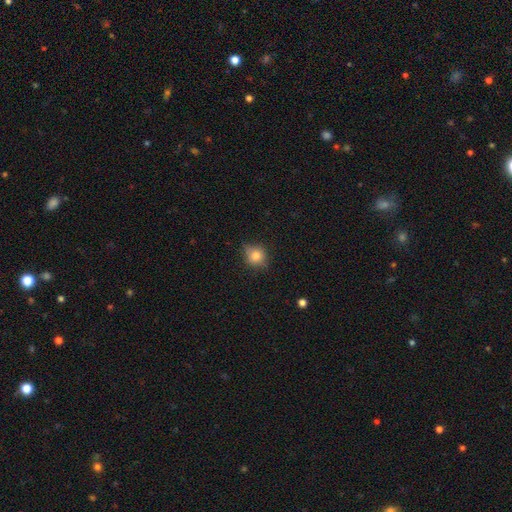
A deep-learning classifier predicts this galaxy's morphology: smooth_or_featured: smooth (p=0.79) [alt: star or artifact p=0.11]
how_rounded: round (p=0.80) [alt: in between p=0.19]
merging: none (p=0.72) [alt: minor disturbance p=0.22]